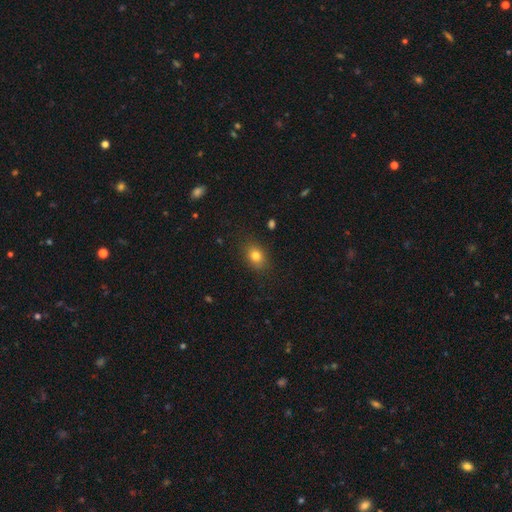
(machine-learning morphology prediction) Q: Smooth or featured?
A: smooth (80%); runner-up: star or artifact (11%)
Q: How rounded?
A: in between (64%); runner-up: round (35%)
Q: Merging?
A: none (85%); runner-up: minor disturbance (11%)